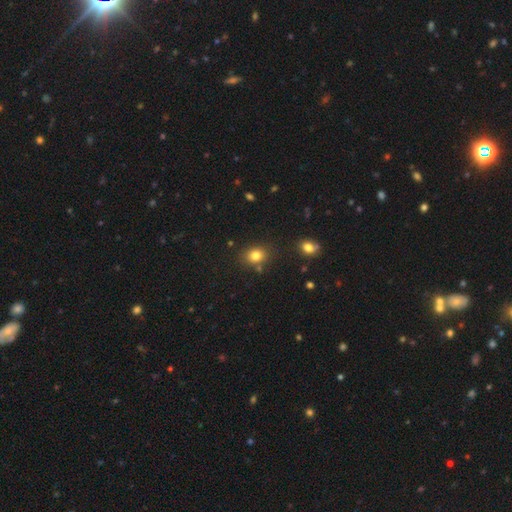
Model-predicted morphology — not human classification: Overall: smooth (80%). How rounded: round (59%; in between 41%). Merging: none (79%).